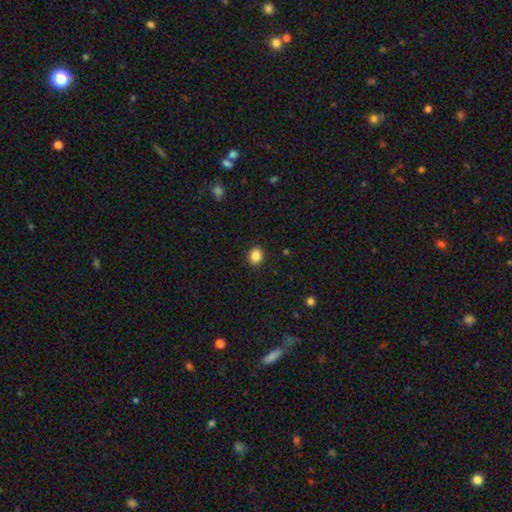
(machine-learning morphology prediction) smooth_or_featured: smooth (p=0.87) [alt: star or artifact p=0.10]
how_rounded: round (p=0.74) [alt: in between p=0.25]
merging: none (p=0.92) [alt: minor disturbance p=0.06]